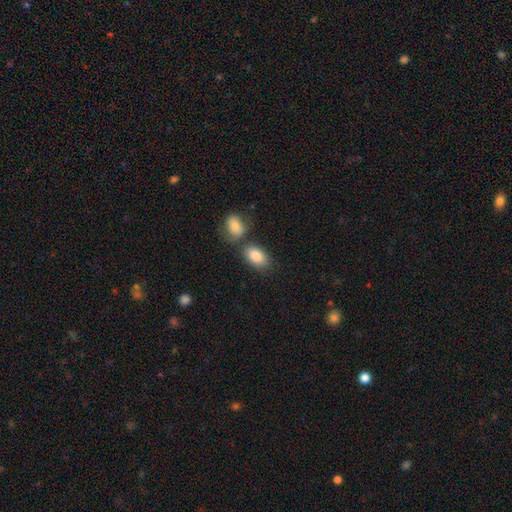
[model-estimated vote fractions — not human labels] smooth-or-featured: smooth: 85% | featured or disk: 8% | star or artifact: 7%
  how-rounded: in between: 91% | round: 7% | cigar-shaped: 2%
  merging: none: 57% | merger: 25% | minor disturbance: 13% | major disturbance: 4%